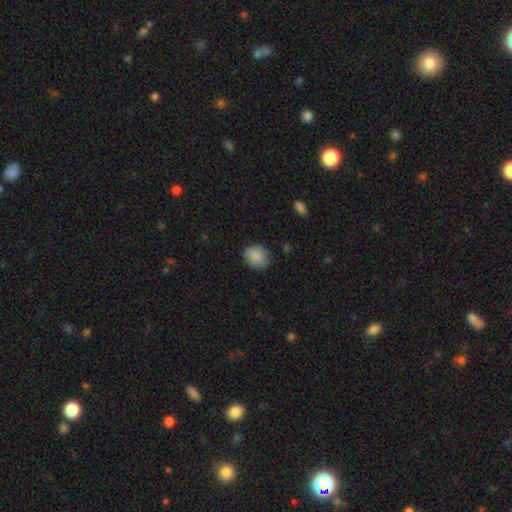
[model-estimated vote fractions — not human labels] Smooth or featured?
  - smooth: 87% *
  - star or artifact: 8%
  - featured or disk: 5%
How rounded?
  - round: 73% *
  - in between: 26%
  - cigar-shaped: 1%
Merging?
  - none: 82% *
  - minor disturbance: 14%
  - major disturbance: 3%
  - merger: 1%